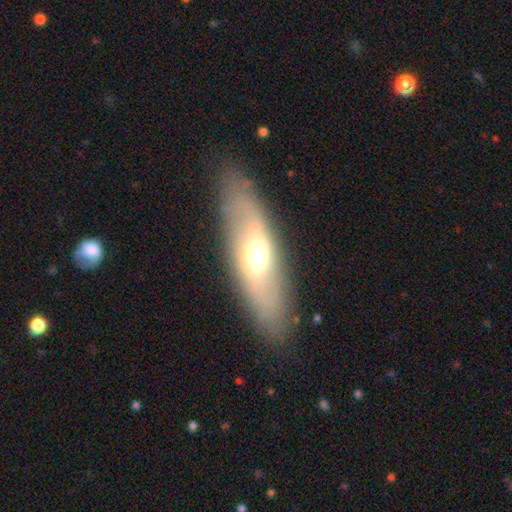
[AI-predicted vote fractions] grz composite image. It shows a featured or disk galaxy (53%). Merging: none (86%).